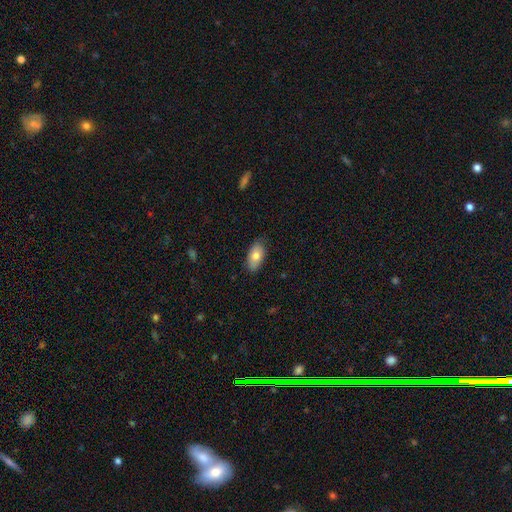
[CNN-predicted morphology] smooth_or_featured: smooth (p=0.78) [alt: featured or disk p=0.16]
how_rounded: in between (p=0.93) [alt: cigar-shaped p=0.04]
merging: none (p=0.84) [alt: minor disturbance p=0.13]